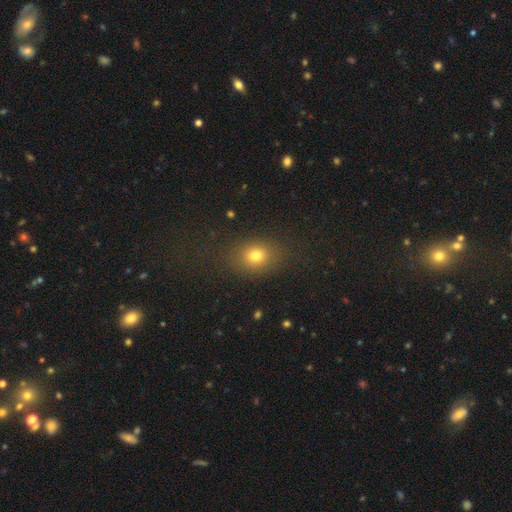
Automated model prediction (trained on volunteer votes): A smooth galaxy with no disk features (77%) that is round (51%). Merging: none (82%).